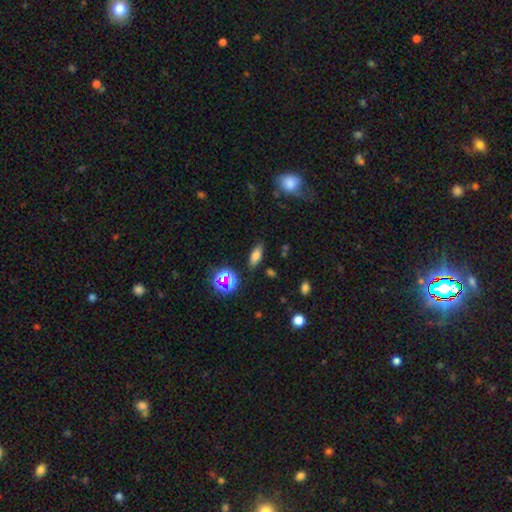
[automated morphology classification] smooth_or_featured: smooth (p=0.68) [alt: star or artifact p=0.17]
how_rounded: in between (p=0.73) [alt: cigar-shaped p=0.21]
merging: none (p=0.84) [alt: minor disturbance p=0.10]